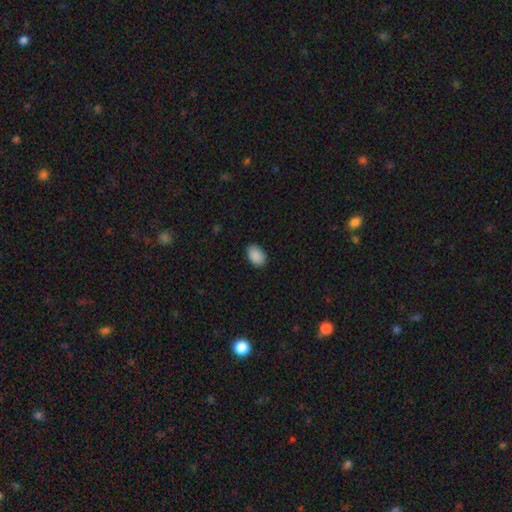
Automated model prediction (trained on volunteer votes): This is clearly a smooth galaxy (90%). How rounded: clearly in between (87%). Merging: clearly none (84%).